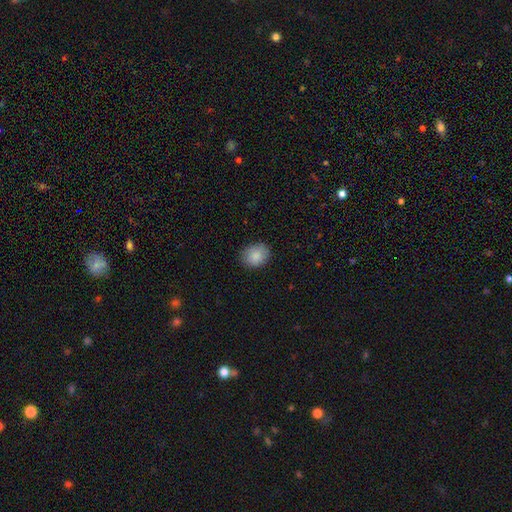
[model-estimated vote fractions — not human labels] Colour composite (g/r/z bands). It shows a smooth galaxy with no disk features (86%) that is in between round and cigar-shaped (54%). Merging: none (83%).